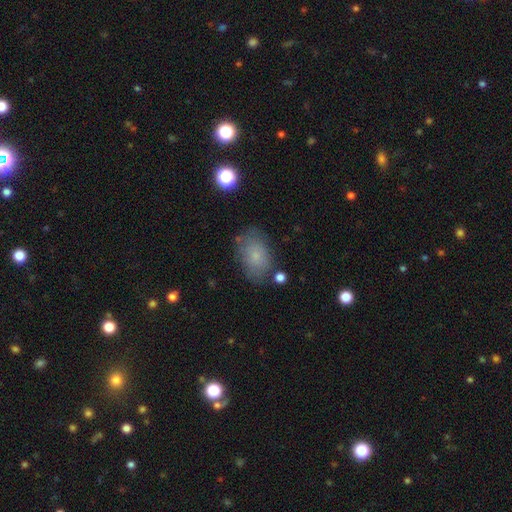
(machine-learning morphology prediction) Smooth or featured? Predicted: smooth (p=0.70). How rounded? Predicted: in between (p=0.84). Merging? Predicted: none (p=0.69).